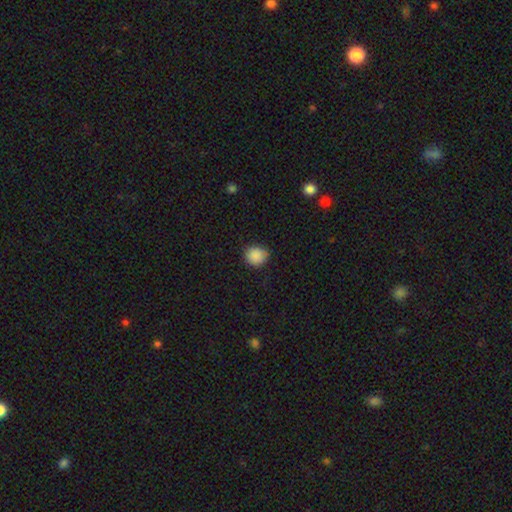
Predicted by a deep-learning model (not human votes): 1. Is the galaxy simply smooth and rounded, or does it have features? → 88% smooth, 9% star or artifact, 3% featured or disk.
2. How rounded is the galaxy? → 85% round, 14% in between, 1% cigar-shaped.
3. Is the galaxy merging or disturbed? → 84% none, 12% minor disturbance, 2% major disturbance, 1% merger.